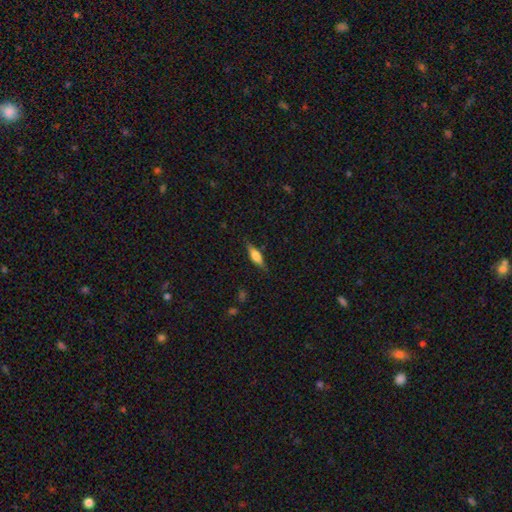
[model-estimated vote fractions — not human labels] Smooth or featured: featured or disk — 48% (smooth — 45%)
Merging: none — 85% (minor disturbance — 12%)